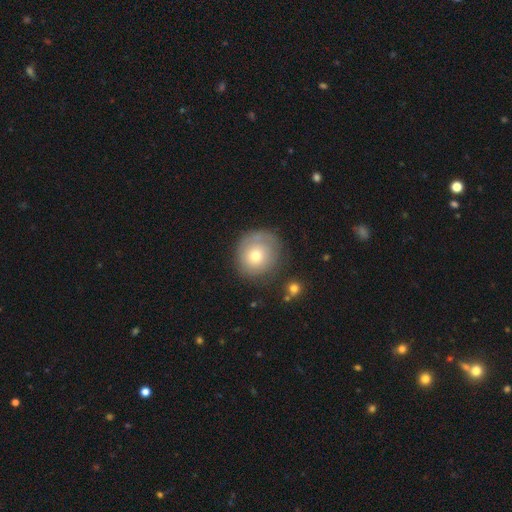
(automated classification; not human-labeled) Morphology: type=smooth (62%); roundness=round (89%); merging=none (73%).